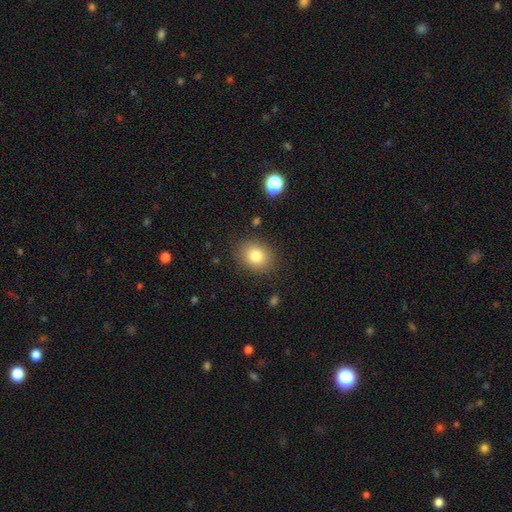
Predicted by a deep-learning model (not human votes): This appears to be a smooth galaxy with no disk features (81%) that is round (55%). Merging: none (86%).